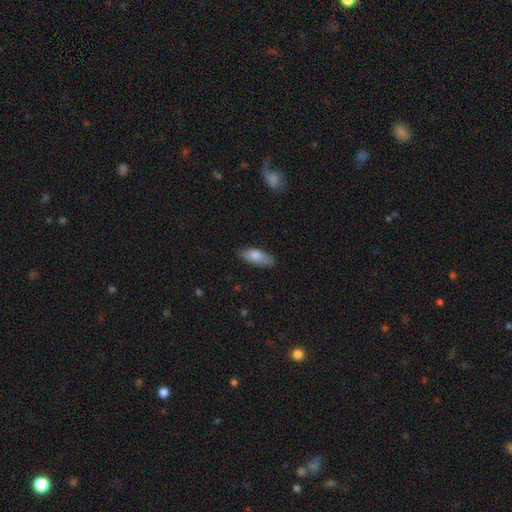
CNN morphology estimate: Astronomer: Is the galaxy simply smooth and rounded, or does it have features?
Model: smooth — 80%.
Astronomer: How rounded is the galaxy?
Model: in between — 73%.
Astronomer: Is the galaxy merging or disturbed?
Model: none — 81%.